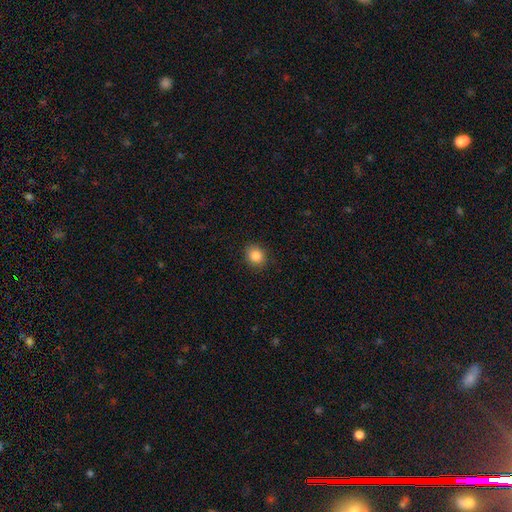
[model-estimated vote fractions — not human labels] Smooth or featured? smooth (85%)
How rounded? round (72%)
Merging? none (89%)